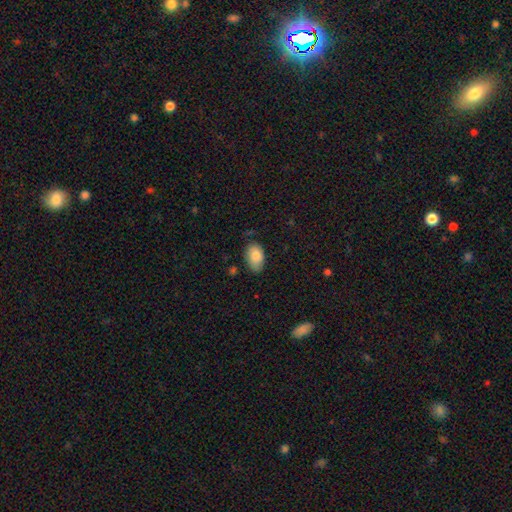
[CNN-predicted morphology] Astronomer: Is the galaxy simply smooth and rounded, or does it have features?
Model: smooth — 84%.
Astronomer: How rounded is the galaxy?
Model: in between — 92%.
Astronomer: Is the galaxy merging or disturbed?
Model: none — 71%.